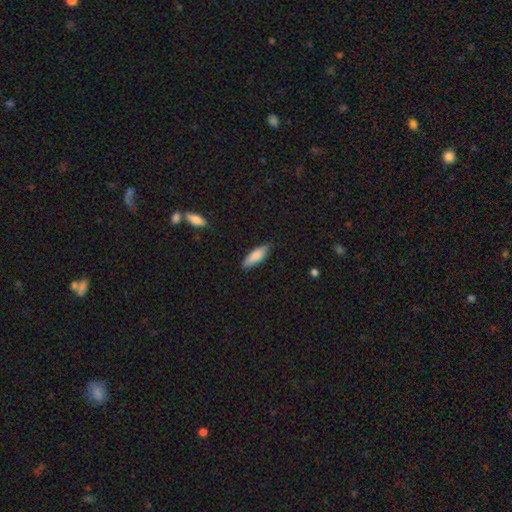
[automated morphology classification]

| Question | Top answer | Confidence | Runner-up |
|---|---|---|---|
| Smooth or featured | smooth | 81% | featured or disk (13%) |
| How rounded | in between | 53% | cigar-shaped (46%) |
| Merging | none | 85% | minor disturbance (11%) |